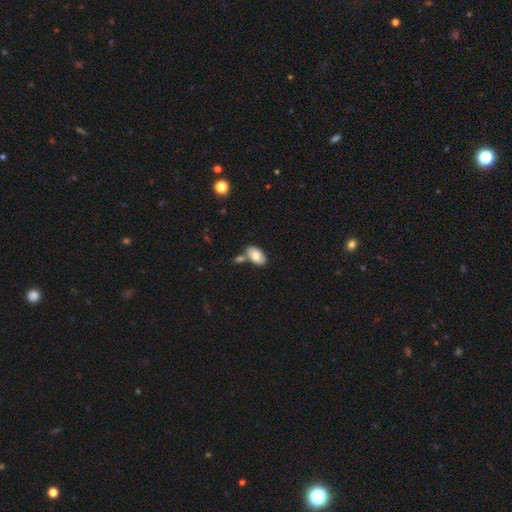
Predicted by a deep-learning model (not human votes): smooth_or_featured: smooth (p=0.73) [alt: featured or disk p=0.19]
how_rounded: in between (p=0.93) [alt: round p=0.05]
merging: none (p=0.55) [alt: merger p=0.25]